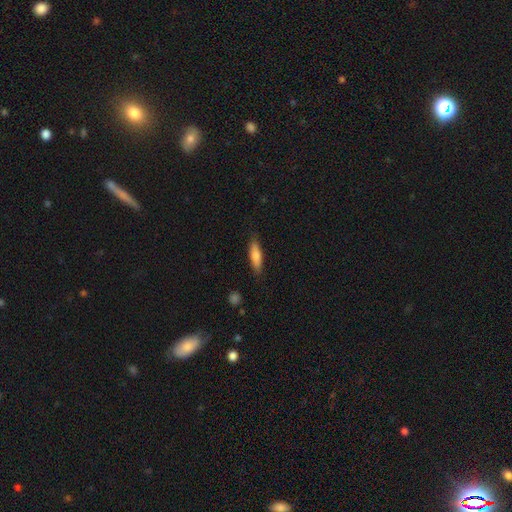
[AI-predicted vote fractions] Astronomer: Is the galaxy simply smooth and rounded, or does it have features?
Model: smooth — 76%.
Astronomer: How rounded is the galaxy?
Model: cigar-shaped — 62%.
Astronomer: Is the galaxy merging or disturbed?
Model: none — 83%.